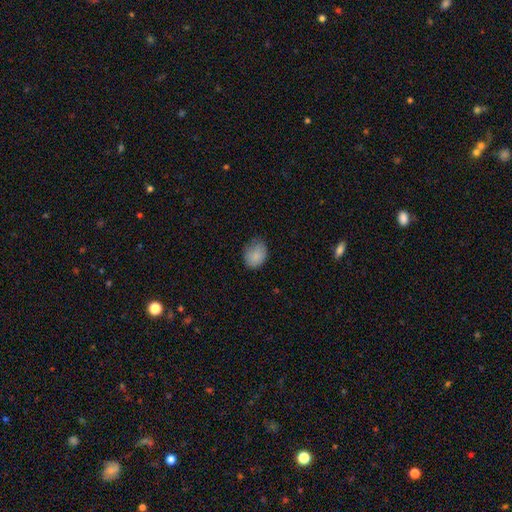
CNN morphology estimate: Q: Smooth or featured?
A: smooth (85%); runner-up: star or artifact (8%)
Q: How rounded?
A: in between (56%); runner-up: round (43%)
Q: Merging?
A: none (62%); runner-up: minor disturbance (31%)